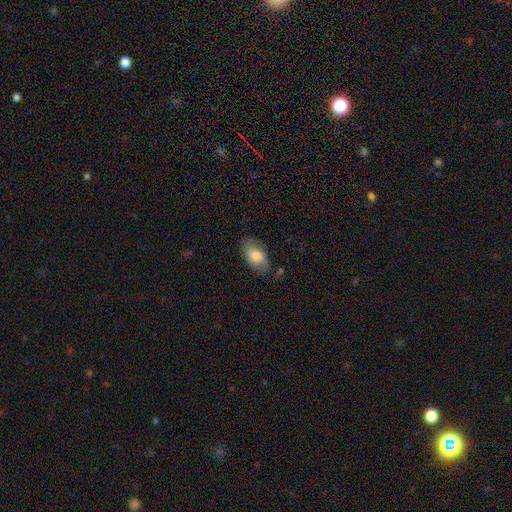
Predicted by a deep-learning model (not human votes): Overall: smooth (69%). How rounded: in between (93%). Merging: none (71%).